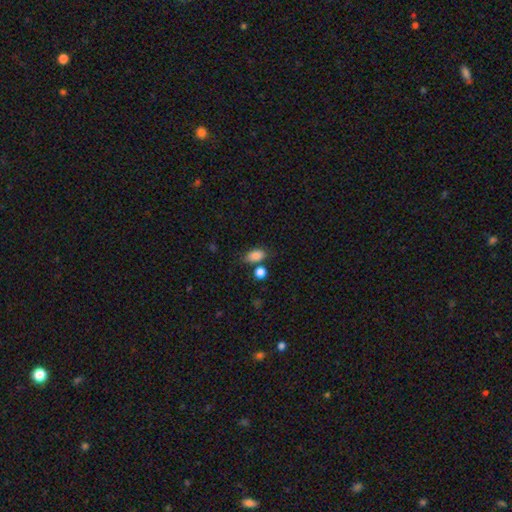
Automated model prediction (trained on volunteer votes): Overall: smooth (85%). How rounded: in between (86%). Merging: none (63%).